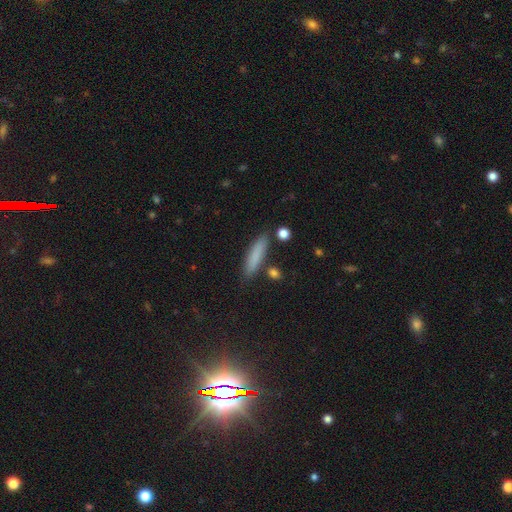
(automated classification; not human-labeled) Morphology: type=smooth (81%); roundness=cigar-shaped (82%); merging=none (83%).